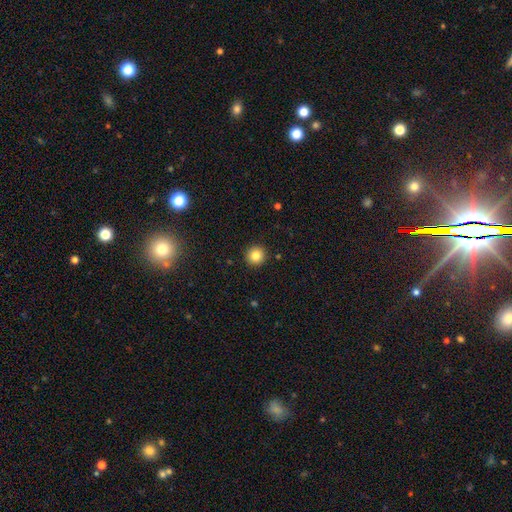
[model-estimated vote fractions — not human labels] Morphology: type=smooth (83%); roundness=round (95%); merging=none (92%).